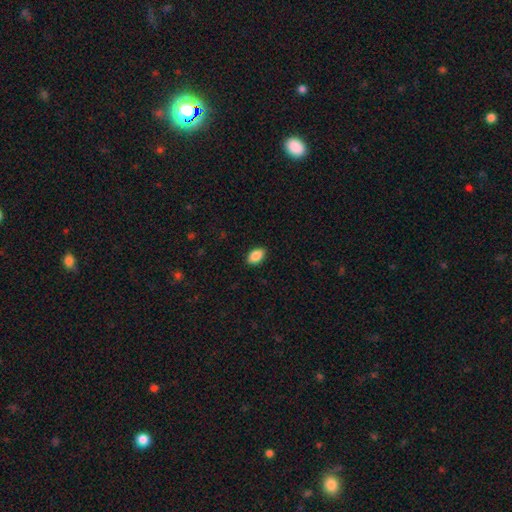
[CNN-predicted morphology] smooth-or-featured: smooth: 89% | star or artifact: 7% | featured or disk: 4%
  how-rounded: in between: 91% | round: 8% | cigar-shaped: 2%
  merging: none: 89% | minor disturbance: 8% | major disturbance: 2% | merger: 1%